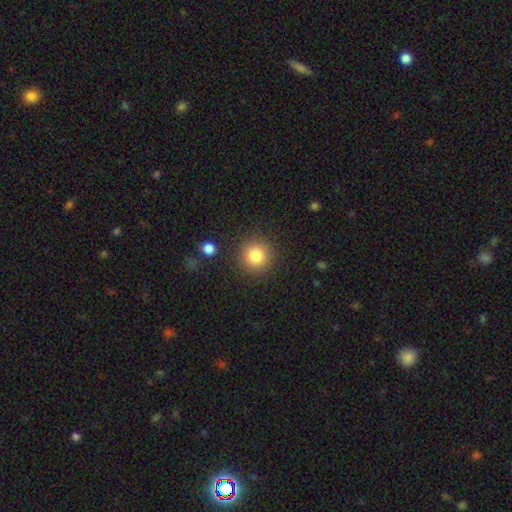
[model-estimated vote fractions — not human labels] The model was most divided on "smooth or featured": smooth: 83%, star or artifact: 10%, featured or disk: 7%. More confident: how rounded — round (94%); merging — none (88%).